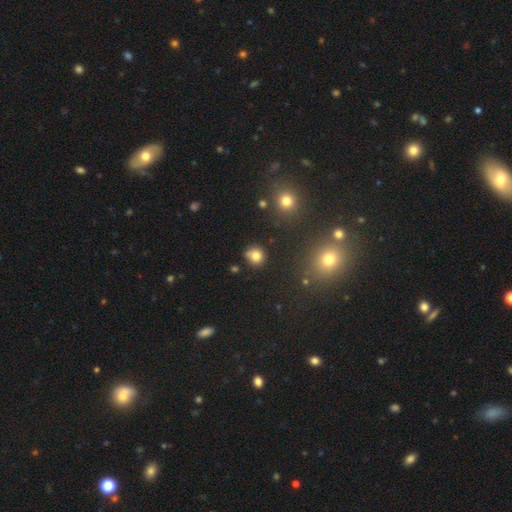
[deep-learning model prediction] smooth 79%, star or artifact 14%, featured or disk 7%. Down the decision tree: how rounded — round (83%); merging — none (73%).